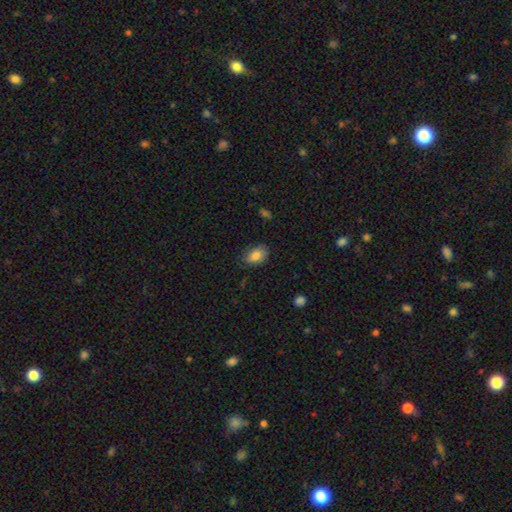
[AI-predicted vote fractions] smooth 82%, featured or disk 10%, star or artifact 8%. Down the decision tree: how rounded — in between (86%); merging — none (73%).